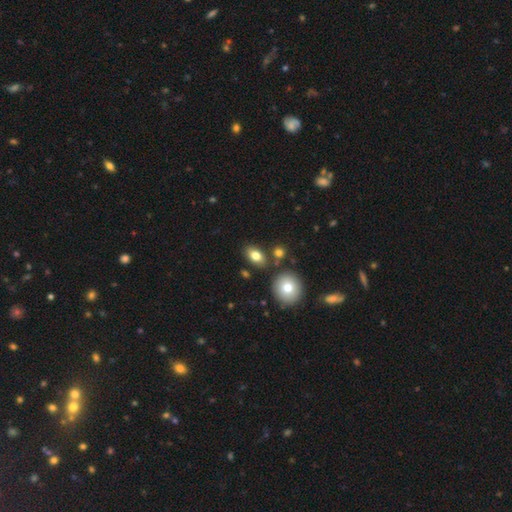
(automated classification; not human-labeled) A smooth galaxy with no disk features (79%) that is in between round and cigar-shaped (85%).

Vote fractions:
- Smooth or featured? smooth: 79% / featured or disk: 12% / star or artifact: 9%
- How rounded? in between: 85% / round: 13% / cigar-shaped: 2%
- Merging? none: 80% / minor disturbance: 10% / merger: 7% / major disturbance: 3%